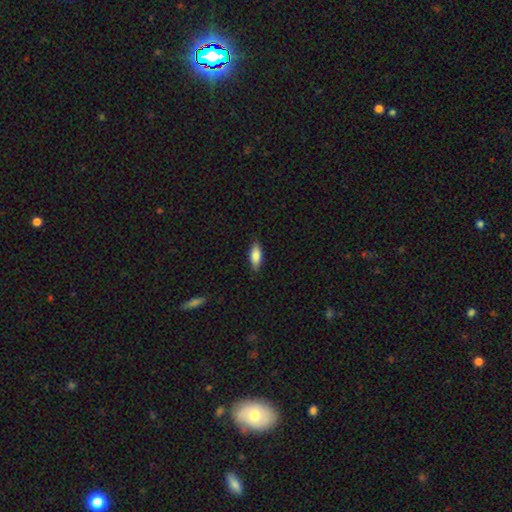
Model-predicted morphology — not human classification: Smooth or featured?
  - smooth: 84% *
  - featured or disk: 10%
  - star or artifact: 6%
How rounded?
  - in between: 74% *
  - cigar-shaped: 24%
  - round: 2%
Merging?
  - none: 85% *
  - minor disturbance: 12%
  - major disturbance: 2%
  - merger: 1%